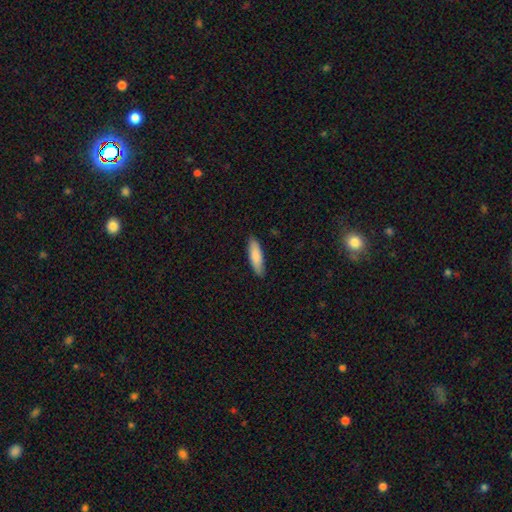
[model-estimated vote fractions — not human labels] Smooth or featured? smooth (85%)
How rounded? cigar-shaped (58%)
Merging? none (88%)